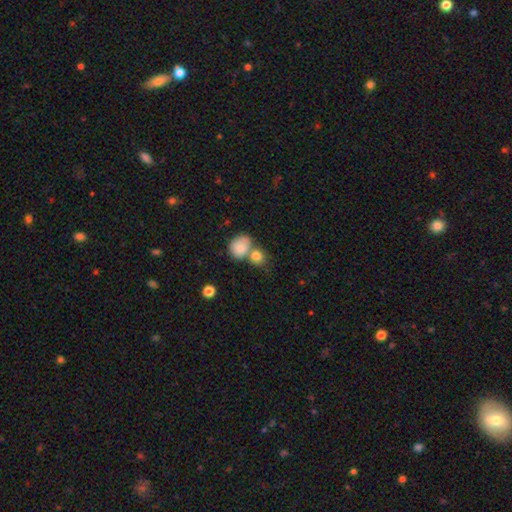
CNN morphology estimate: Smooth or featured: smooth — 81% (featured or disk — 10%)
How rounded: round — 72% (in between — 27%)
Merging: merger — 45% (none — 42%)